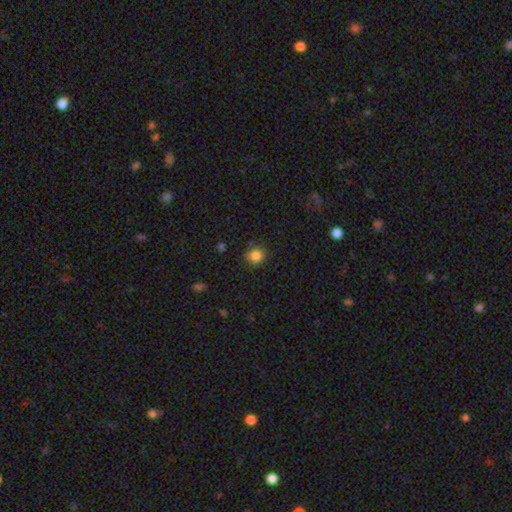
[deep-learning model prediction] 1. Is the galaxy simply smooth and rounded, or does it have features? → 83% smooth, 12% star or artifact, 5% featured or disk.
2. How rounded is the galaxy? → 84% round, 16% in between, 1% cigar-shaped.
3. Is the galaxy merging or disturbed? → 84% none, 12% minor disturbance, 3% major disturbance, 2% merger.